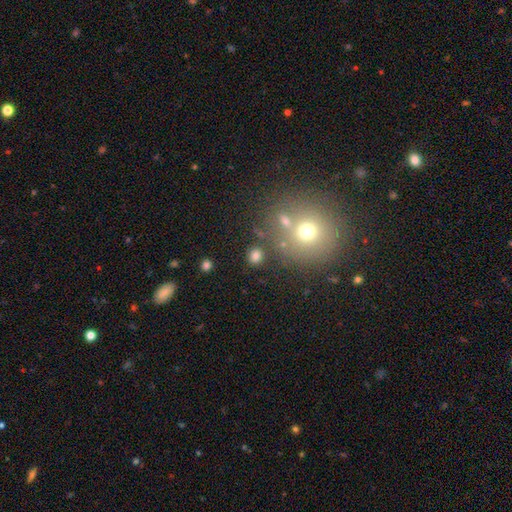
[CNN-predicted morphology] Smooth or featured: smooth — 78% (star or artifact — 15%)
How rounded: round — 82% (in between — 17%)
Merging: none — 81% (minor disturbance — 8%)